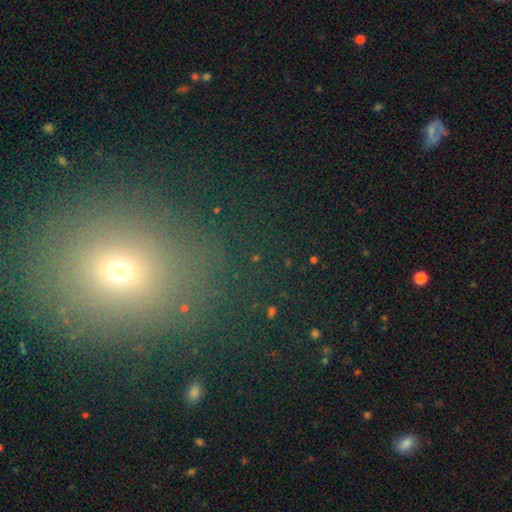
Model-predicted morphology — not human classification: A smooth galaxy with no disk features (48%). Merging: none (83%).